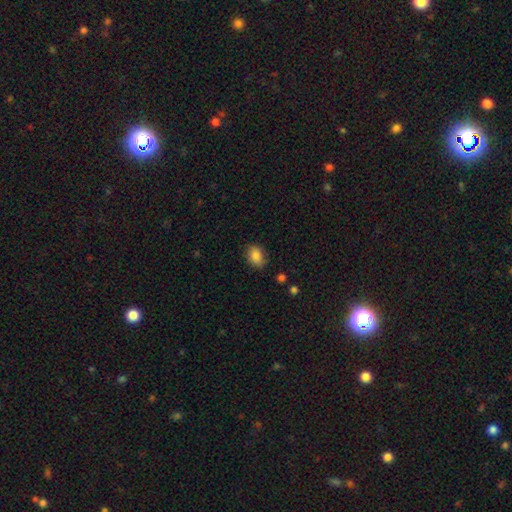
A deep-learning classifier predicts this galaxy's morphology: Smooth or featured? smooth (86%)
How rounded? in between (75%)
Merging? none (82%)